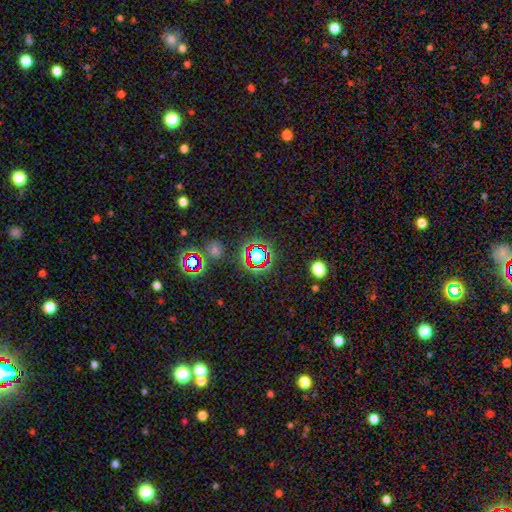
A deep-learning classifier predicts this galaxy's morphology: This appears to be a star or artifact, not a galaxy (63%).